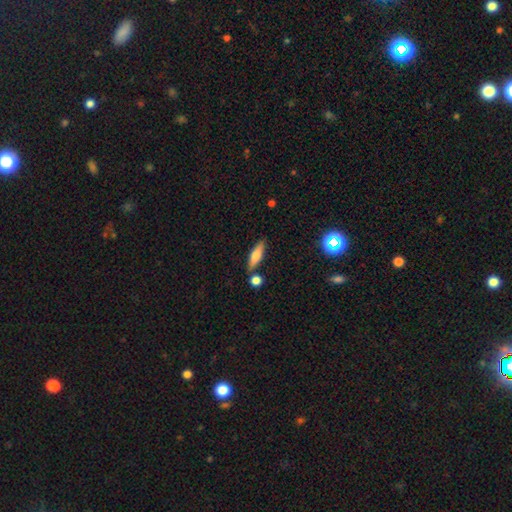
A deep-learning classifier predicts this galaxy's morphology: Overall: smooth (65%; featured or disk 27%). How rounded: cigar-shaped (57%; in between 41%). Merging: none (77%).